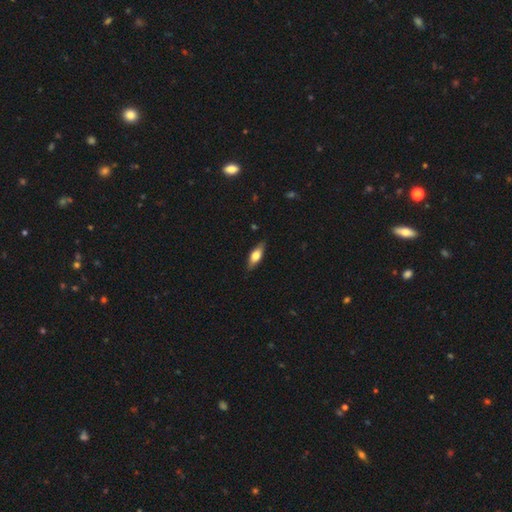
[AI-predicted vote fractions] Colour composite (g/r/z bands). It shows a smooth galaxy with no disk features (61%) that is in between round and cigar-shaped (63%). Merging: none (85%).